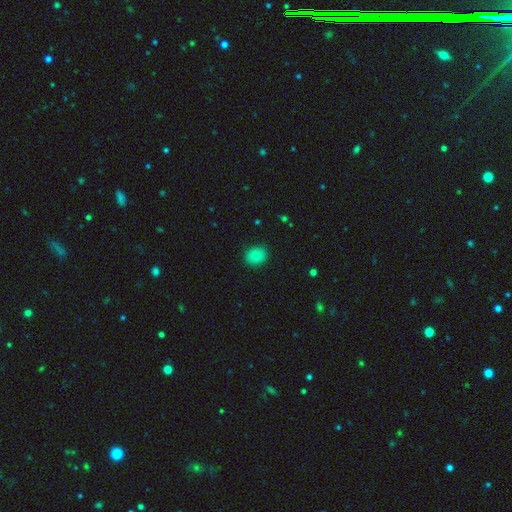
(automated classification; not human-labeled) This appears to be a smooth galaxy with no disk features (79%) that is round (67%). Merging: none (88%).